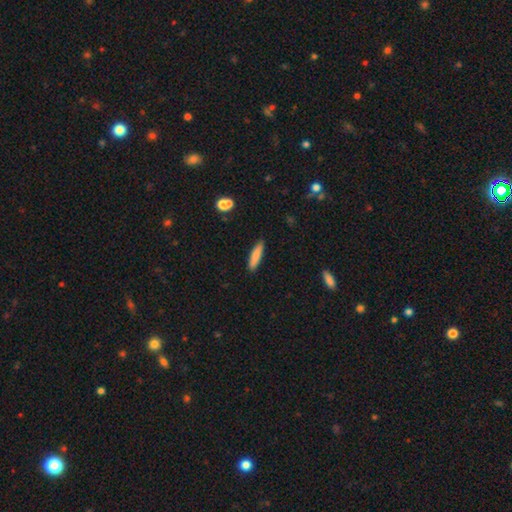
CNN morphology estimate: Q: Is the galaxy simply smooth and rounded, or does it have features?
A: smooth — 82%.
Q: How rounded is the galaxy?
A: cigar-shaped — 79%.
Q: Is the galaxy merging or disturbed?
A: none — 87%.